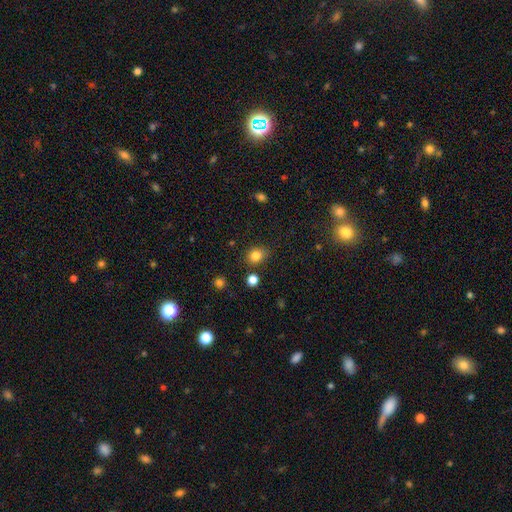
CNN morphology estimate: Smooth or featured? Predicted: smooth (p=0.82). How rounded? Predicted: round (p=0.58). Merging? Predicted: none (p=0.80).